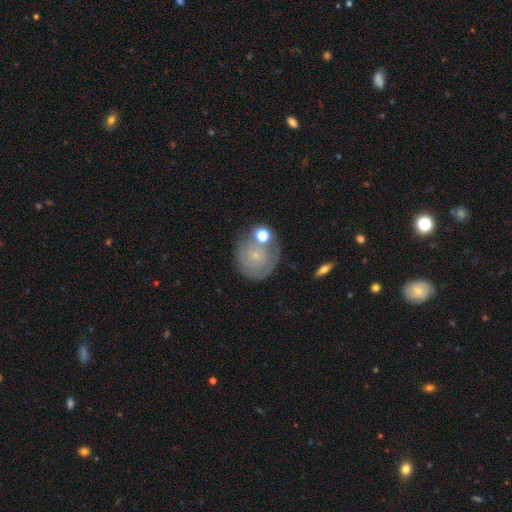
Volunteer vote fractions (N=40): This is possibly a smooth galaxy (55%). How rounded: likely round (68%). Merging: likely none (66%).